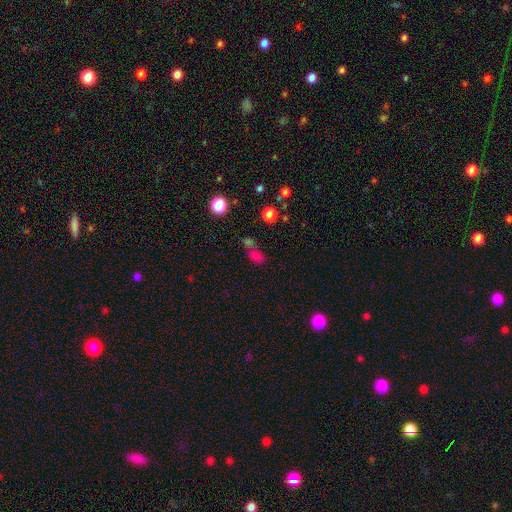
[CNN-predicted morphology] smooth 65%, star or artifact 24%, featured or disk 10%. Down the decision tree: how rounded — in between (66%); merging — merger (42%).